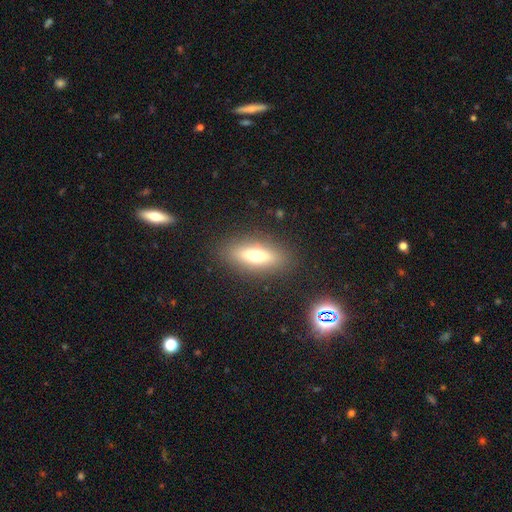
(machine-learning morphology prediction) A smooth galaxy with no disk features (56%) that is in between round and cigar-shaped (60%).

Vote fractions:
- Smooth or featured? smooth: 56% / featured or disk: 34% / star or artifact: 9%
- How rounded? in between: 60% / cigar-shaped: 35% / round: 5%
- Merging? none: 86% / minor disturbance: 9% / major disturbance: 4% / merger: 1%